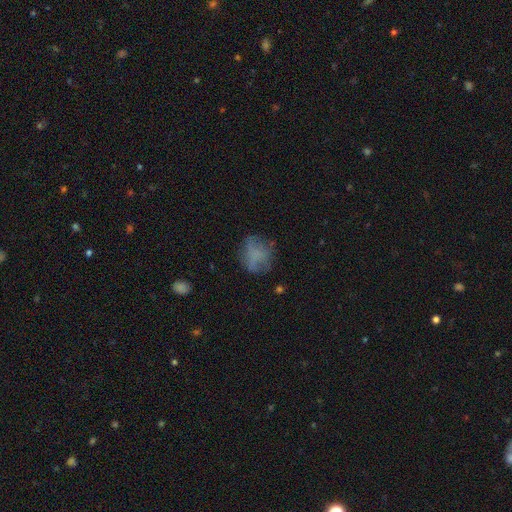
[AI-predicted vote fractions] Smooth or featured?
  - smooth: 58% *
  - featured or disk: 29%
  - star or artifact: 13%
How rounded?
  - round: 63% *
  - in between: 36%
  - cigar-shaped: 2%
Merging?
  - none: 57% *
  - minor disturbance: 23%
  - major disturbance: 17%
  - merger: 3%